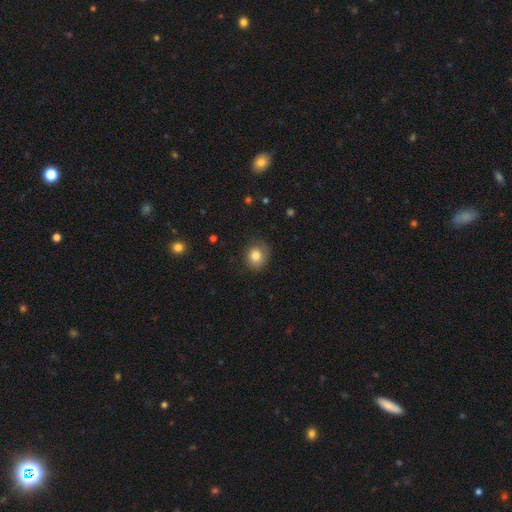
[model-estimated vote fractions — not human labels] Morphology: type=smooth (80%); roundness=round (73%); merging=none (75%).